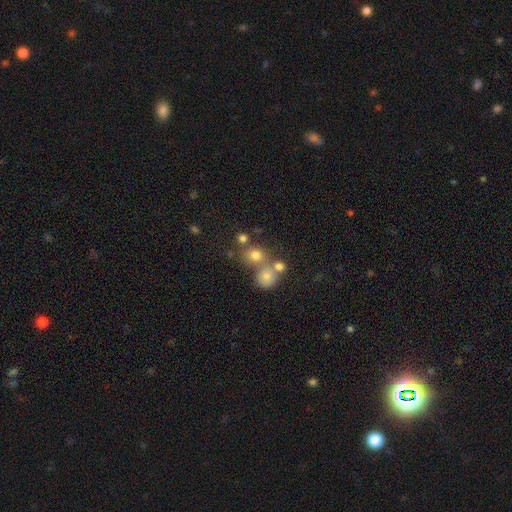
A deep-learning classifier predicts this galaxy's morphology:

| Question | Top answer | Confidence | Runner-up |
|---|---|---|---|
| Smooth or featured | star or artifact | 45% | smooth (36%) |